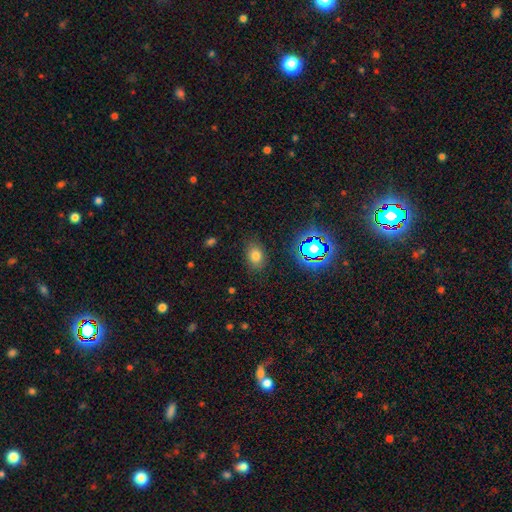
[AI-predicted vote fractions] Smooth or featured? Predicted: smooth (p=0.72). How rounded? Predicted: in between (p=0.71). Merging? Predicted: none (p=0.84).